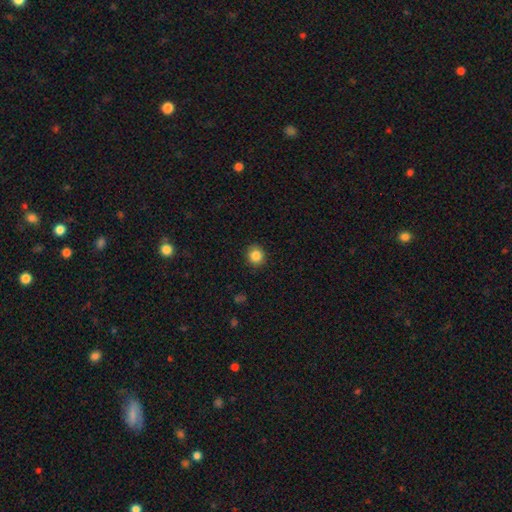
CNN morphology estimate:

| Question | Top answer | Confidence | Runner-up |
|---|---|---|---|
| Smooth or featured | smooth | 85% | star or artifact (10%) |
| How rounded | round | 89% | in between (10%) |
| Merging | none | 91% | minor disturbance (6%) |